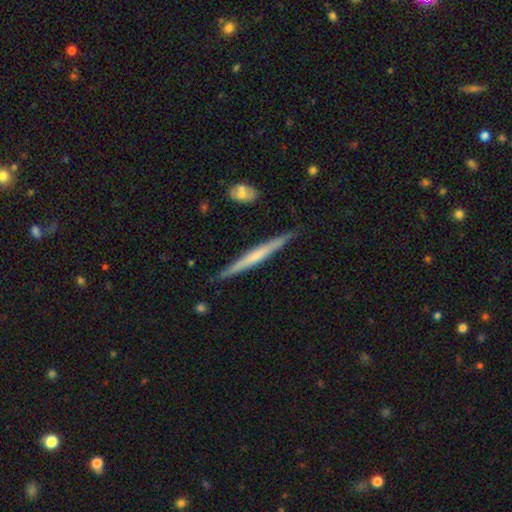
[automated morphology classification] type=featured or disk (55%); edge-on=yes (97%); edge-on bulge=none (64%); merging=none (87%).